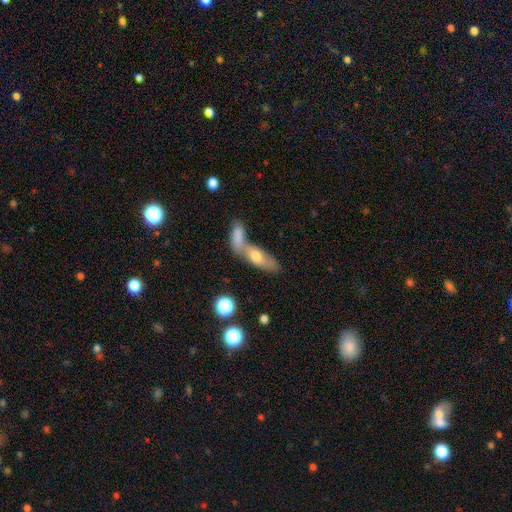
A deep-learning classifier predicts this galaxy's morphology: A smooth galaxy with no disk features (51%) that is in between round and cigar-shaped (57%). Merging: merger (51%).